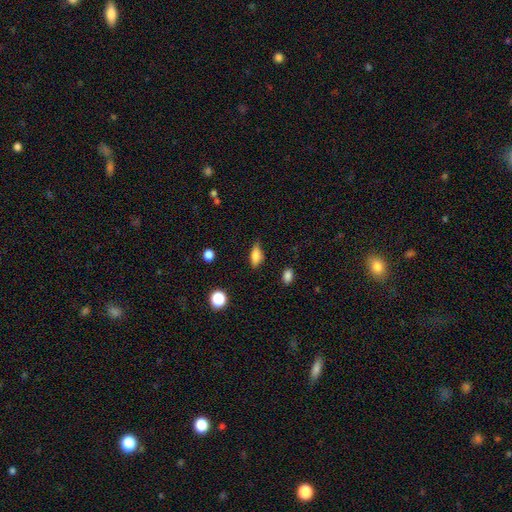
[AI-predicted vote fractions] Morphology: type=smooth (75%); roundness=in between (78%); merging=none (72%).